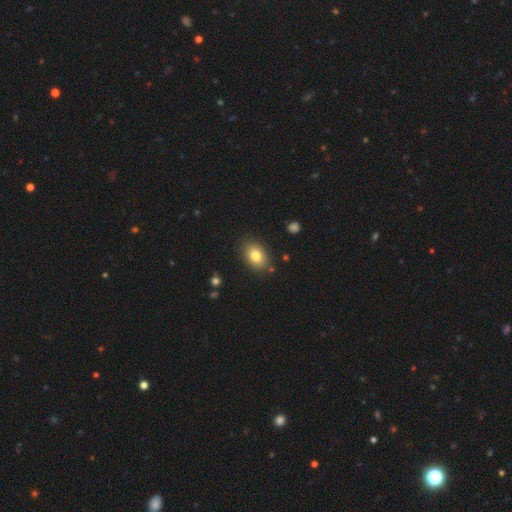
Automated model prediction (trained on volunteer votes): The model was most divided on "how rounded": in between: 80%, round: 19%, cigar-shaped: 1%. More confident: merging — none (83%); smooth or featured — smooth (81%).